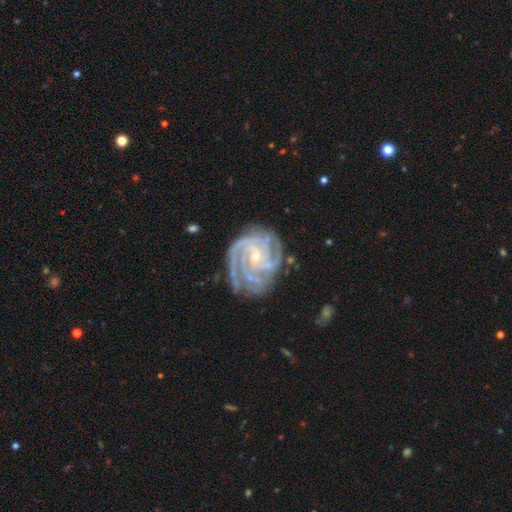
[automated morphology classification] The model was most divided on "spiral arm count": 3: 29%, 4: 27%, 2: 14%, can't tell: 14%, more than 4: 9%, 1: 7%. More confident: spiral arms — yes (99%); edge-on disk — no (98%); smooth or featured — featured or disk (92%); spiral winding — tight (74%); bulge size — small (72%); merging — none (71%); bar — no (51%).